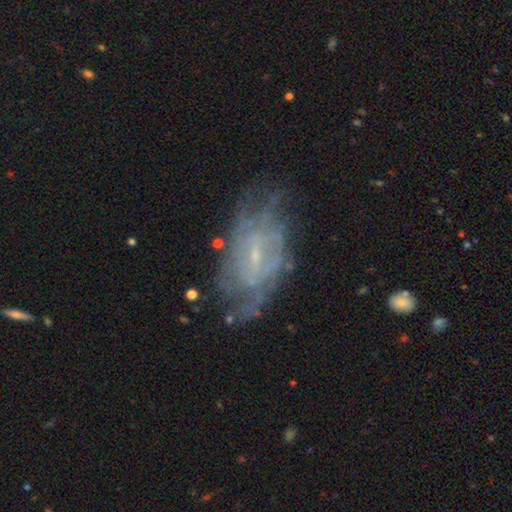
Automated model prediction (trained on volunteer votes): smooth-or-featured: featured or disk: 76% | smooth: 15% | star or artifact: 9%
  disk-edge-on: no: 94% | yes: 6%
    bar: weak: 51% | no: 33% | strong: 16%
    has-spiral-arms: yes: 78% | no: 22%
      spiral-winding: tight: 54% | medium: 34% | loose: 12%
      spiral-arm-count: can't tell: 58% | 2: 18% | 3: 9% | 4: 7% | more than 4: 5% | 1: 4%
    bulge-size: small: 72% | moderate: 15% | none: 10% | large: 1% | dominant: 1%
  merging: none: 63% | minor disturbance: 22% | major disturbance: 12% | merger: 2%